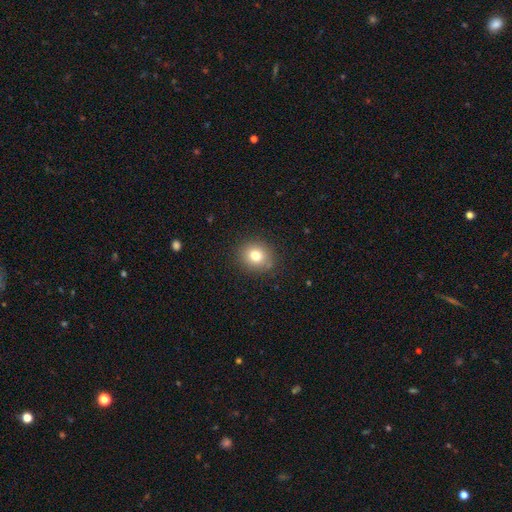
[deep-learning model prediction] Q: Smooth or featured?
A: smooth (78%); runner-up: star or artifact (12%)
Q: How rounded?
A: round (81%); runner-up: in between (19%)
Q: Merging?
A: none (88%); runner-up: minor disturbance (9%)